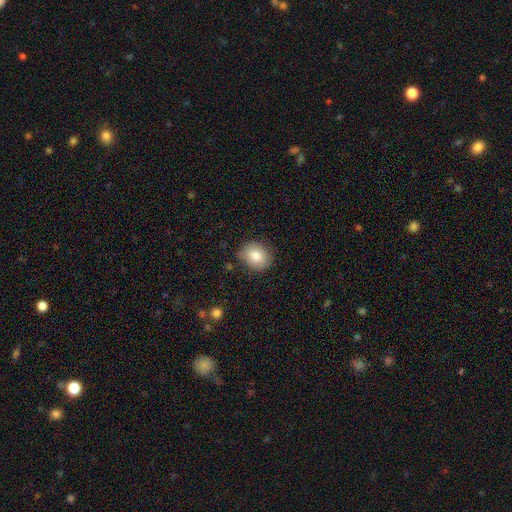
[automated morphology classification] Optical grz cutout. It shows a smooth galaxy with no disk features (81%) that is round (64%). Merging: none (79%).